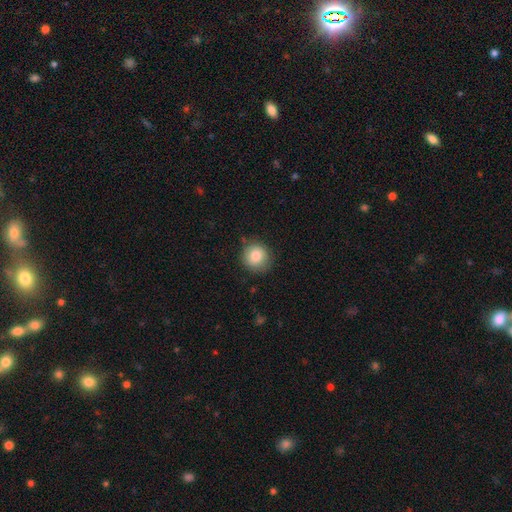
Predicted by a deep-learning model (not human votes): smooth_or_featured: smooth (p=0.84) [alt: star or artifact p=0.08]
how_rounded: round (p=0.90) [alt: in between p=0.09]
merging: none (p=0.82) [alt: minor disturbance p=0.14]